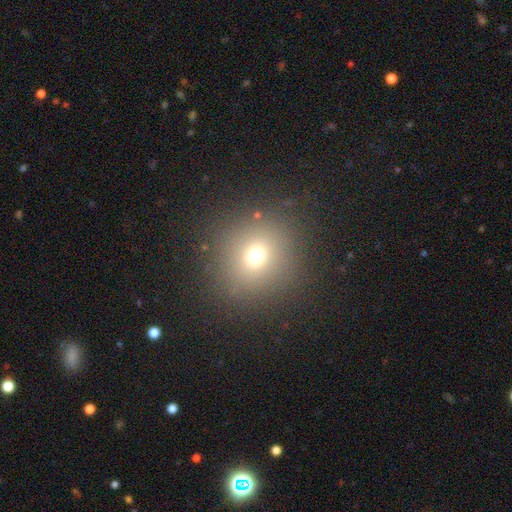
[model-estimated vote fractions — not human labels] Overall: smooth (69%). How rounded: round (89%). Merging: none (87%).